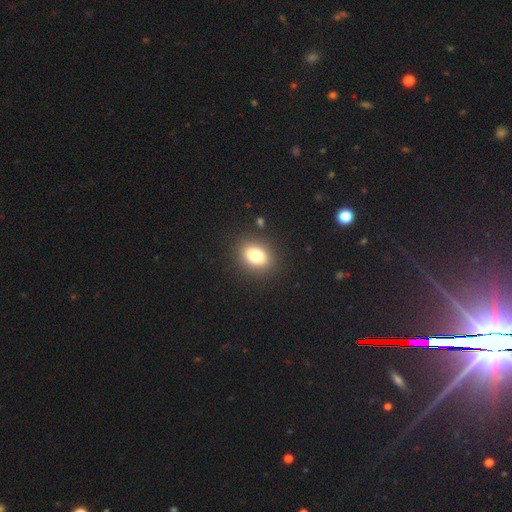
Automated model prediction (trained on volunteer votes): This appears to be a smooth galaxy with no disk features (79%) that is in between round and cigar-shaped (64%). Merging: none (88%).